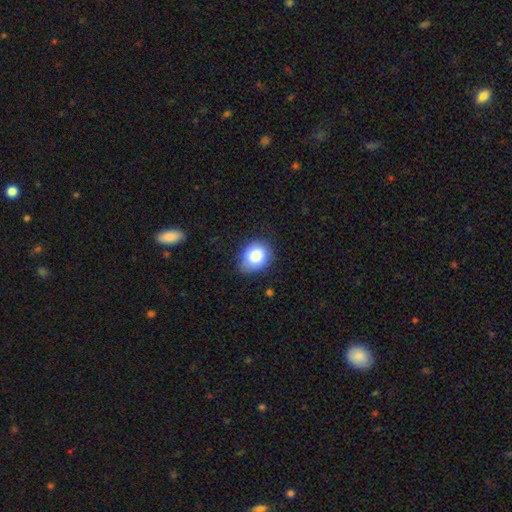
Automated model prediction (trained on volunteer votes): smooth-or-featured: smooth: 83% | featured or disk: 9% | star or artifact: 9%
  how-rounded: round: 57% | in between: 42% | cigar-shaped: 1%
  merging: none: 72% | minor disturbance: 22% | major disturbance: 4% | merger: 1%